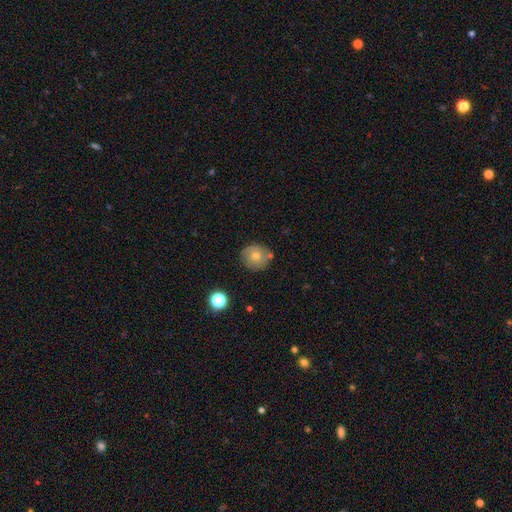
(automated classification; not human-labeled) This is likely a smooth galaxy (60%). How rounded: clearly round (90%). Merging: likely none (78%).